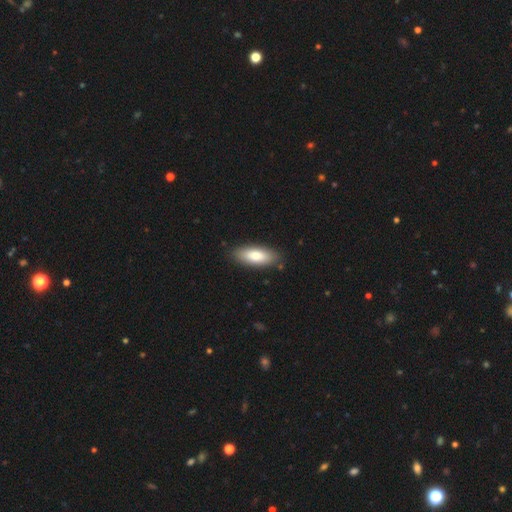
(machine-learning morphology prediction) This appears to be a smooth galaxy with no disk features (76%) that is in between round and cigar-shaped (80%). Merging: none (87%).